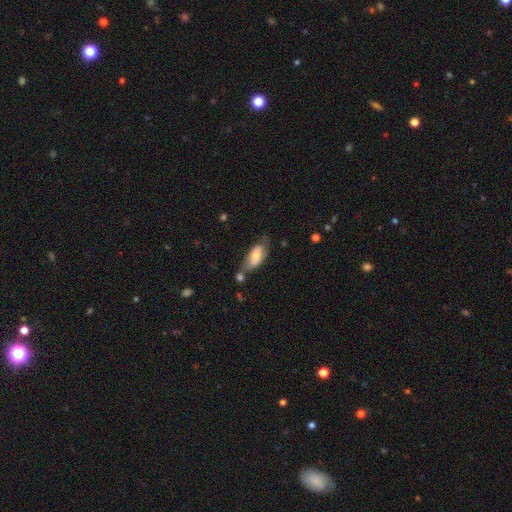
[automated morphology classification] Smooth or featured?
  - smooth: 63% *
  - featured or disk: 30%
  - star or artifact: 7%
How rounded?
  - in between: 83% *
  - cigar-shaped: 15%
  - round: 3%
Merging?
  - none: 44% *
  - minor disturbance: 26%
  - merger: 19%
  - major disturbance: 11%